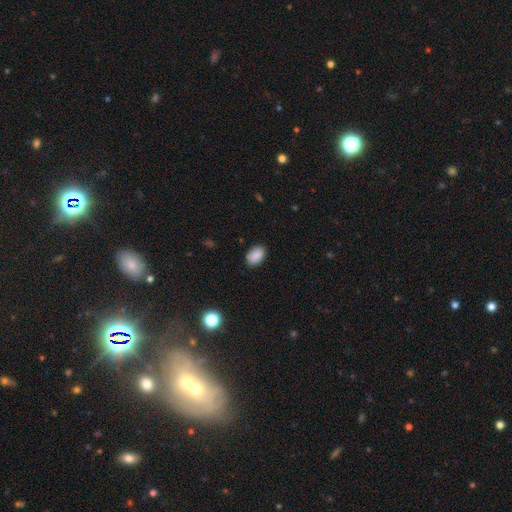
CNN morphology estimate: Q: Smooth or featured?
A: smooth (88%); runner-up: star or artifact (8%)
Q: How rounded?
A: in between (88%); runner-up: round (11%)
Q: Merging?
A: none (85%); runner-up: minor disturbance (11%)